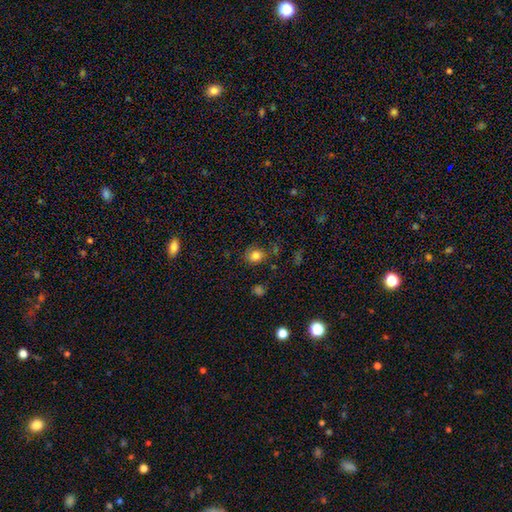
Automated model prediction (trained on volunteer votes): smooth_or_featured: smooth (p=0.80) [alt: star or artifact p=0.12]
how_rounded: round (p=0.68) [alt: in between p=0.31]
merging: none (p=0.76) [alt: minor disturbance p=0.16]